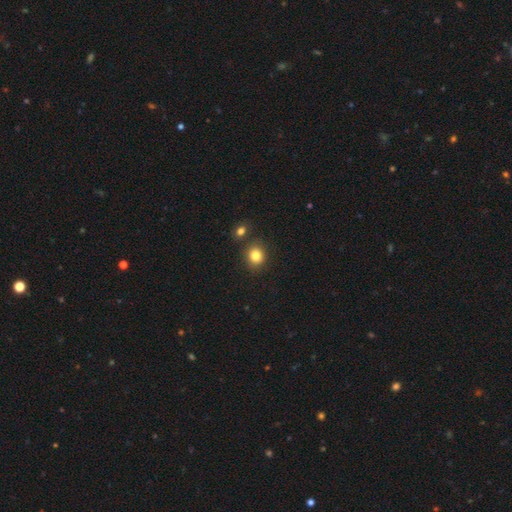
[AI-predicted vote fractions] Smooth or featured: smooth — 82% (star or artifact — 12%)
How rounded: round — 75% (in between — 24%)
Merging: none — 82% (minor disturbance — 8%)